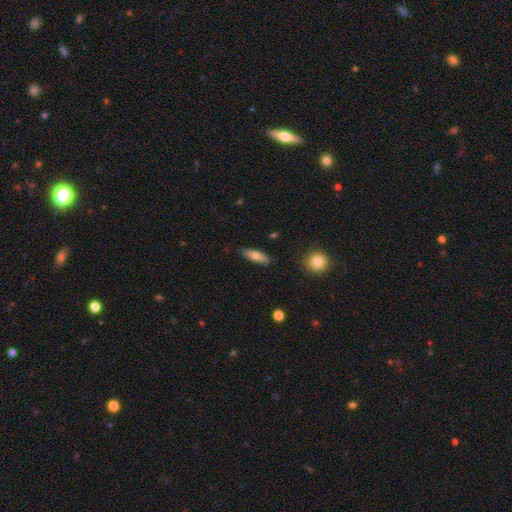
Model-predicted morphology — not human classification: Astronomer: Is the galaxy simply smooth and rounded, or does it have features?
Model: smooth — 70%.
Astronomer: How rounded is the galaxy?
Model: in between — 59% (runner-up: cigar-shaped, 38%).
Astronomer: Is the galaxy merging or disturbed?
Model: none — 82%.